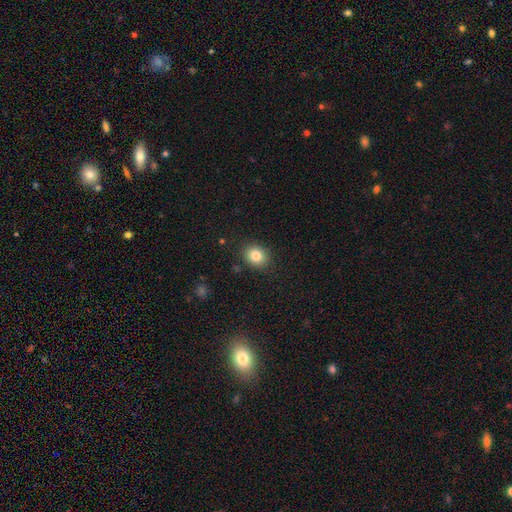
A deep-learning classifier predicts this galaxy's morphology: smooth-or-featured: smooth: 83% | star or artifact: 10% | featured or disk: 7%
  how-rounded: round: 61% | in between: 39% | cigar-shaped: 1%
  merging: none: 88% | minor disturbance: 9% | major disturbance: 2% | merger: 1%